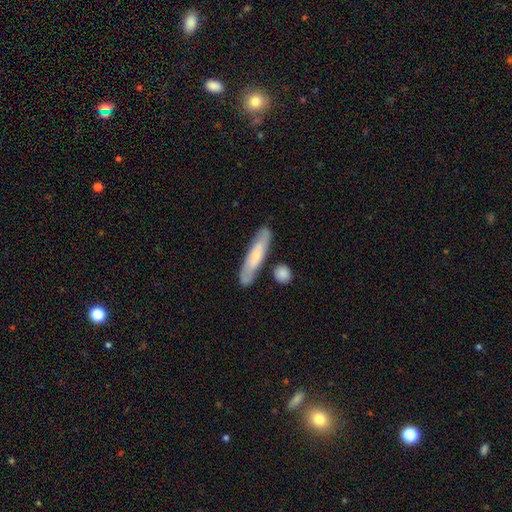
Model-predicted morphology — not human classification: Smooth or featured? smooth (48%)
Merging? none (75%)